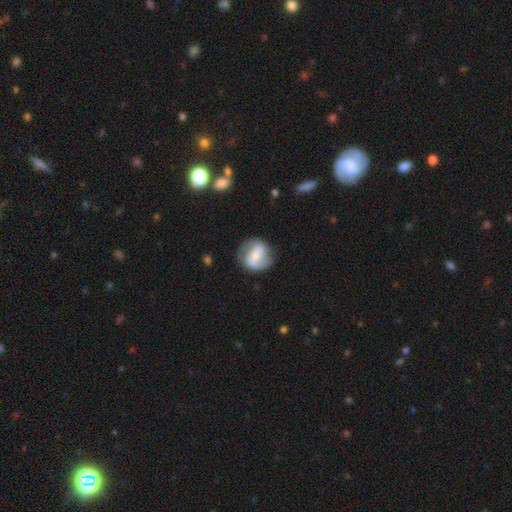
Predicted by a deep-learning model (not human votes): This is likely a featured or disk galaxy (62%). It is clearly not viewed edge-on (97%). Bar: marginally strong (45%). Spiral arm pattern: clearly yes (81%). Central bulge: possibly small (47%). Merging: likely none (73%).